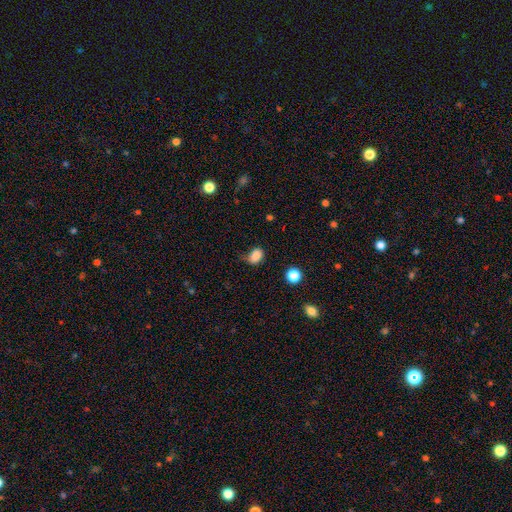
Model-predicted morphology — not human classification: smooth_or_featured: smooth (p=0.85) [alt: star or artifact p=0.11]
how_rounded: in between (p=0.73) [alt: round p=0.26]
merging: none (p=0.56) [alt: minor disturbance p=0.31]